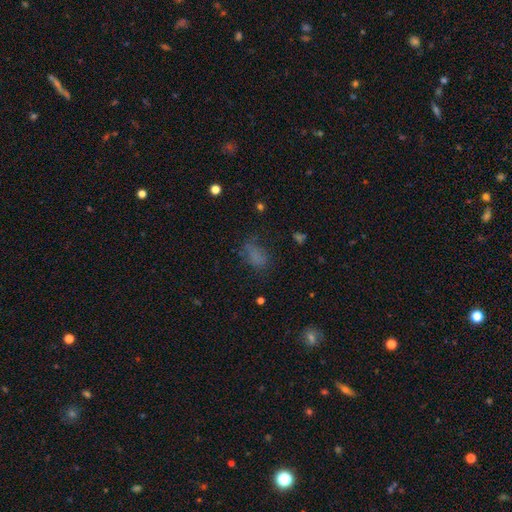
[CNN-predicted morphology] smooth 68%, star or artifact 20%, featured or disk 12%. Down the decision tree: how rounded — in between (82%); merging — none (54%).